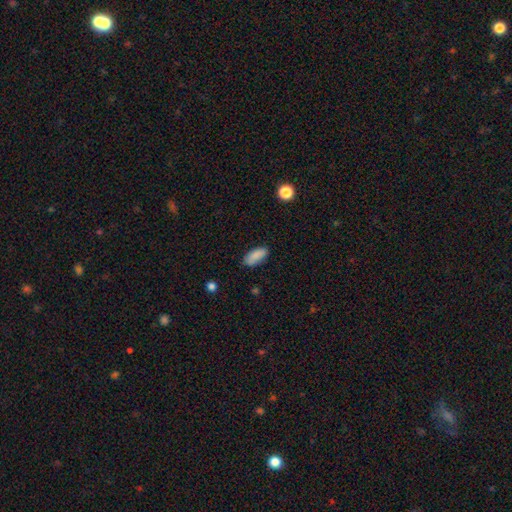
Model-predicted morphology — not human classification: smooth-or-featured: smooth: 87% | star or artifact: 7% | featured or disk: 6%
  how-rounded: in between: 85% | cigar-shaped: 13% | round: 2%
  merging: none: 81% | minor disturbance: 15% | major disturbance: 3% | merger: 1%